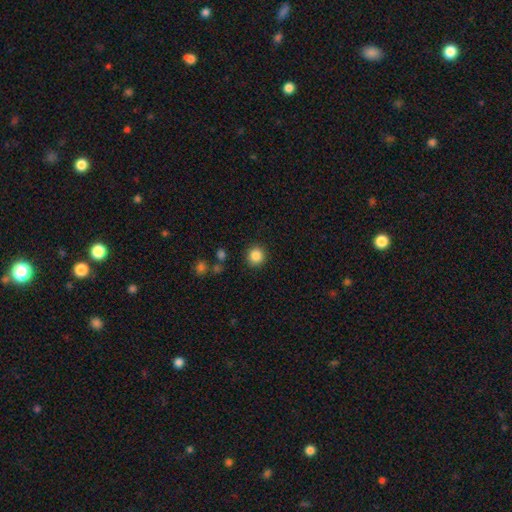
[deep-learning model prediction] Overall: smooth (86%). How rounded: round (93%). Merging: none (89%).